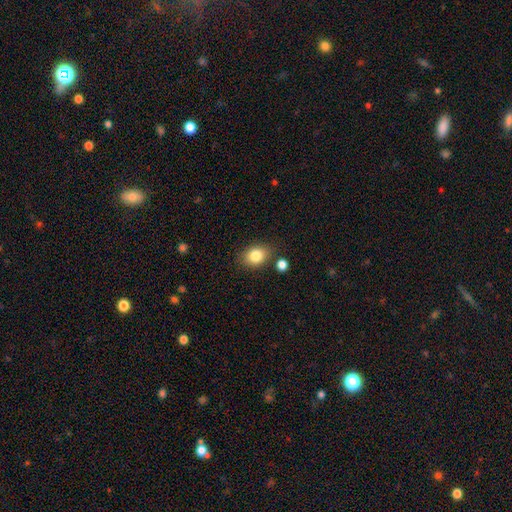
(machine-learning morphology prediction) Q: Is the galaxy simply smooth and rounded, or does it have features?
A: smooth — 83%.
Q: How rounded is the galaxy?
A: in between — 66%.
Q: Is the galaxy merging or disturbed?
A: none — 79%.